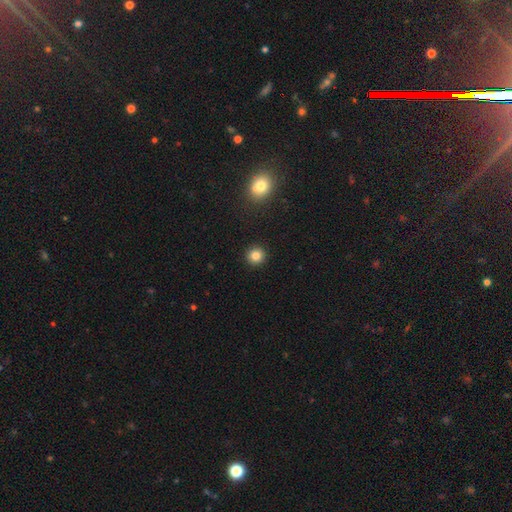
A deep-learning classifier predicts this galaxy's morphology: This is clearly a smooth galaxy (83%). How rounded: clearly round (94%). Merging: clearly none (93%).